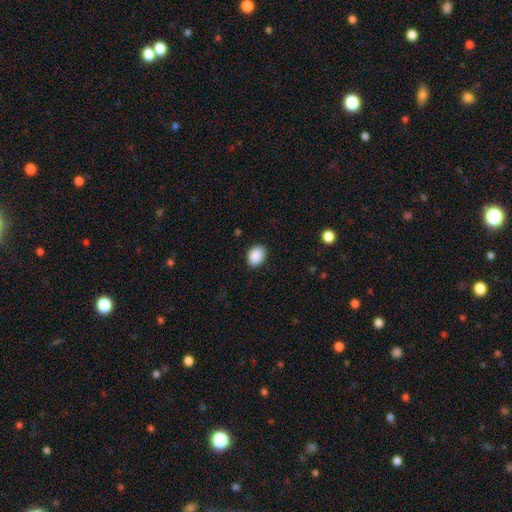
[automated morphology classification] Smooth or featured? smooth (90%)
How rounded? in between (65%)
Merging? none (88%)